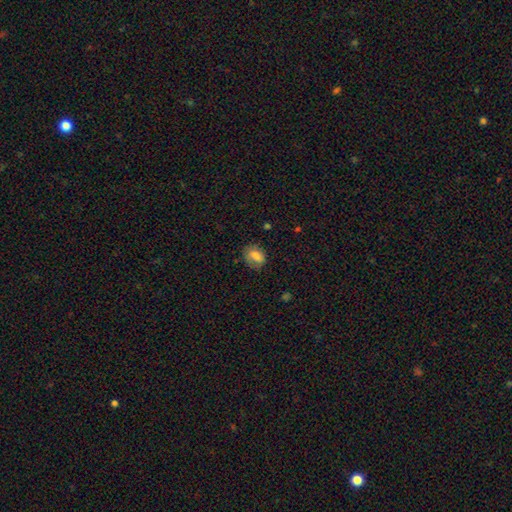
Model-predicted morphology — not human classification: A smooth galaxy with no disk features (79%) that is in between round and cigar-shaped (67%). Merging: none (65%).